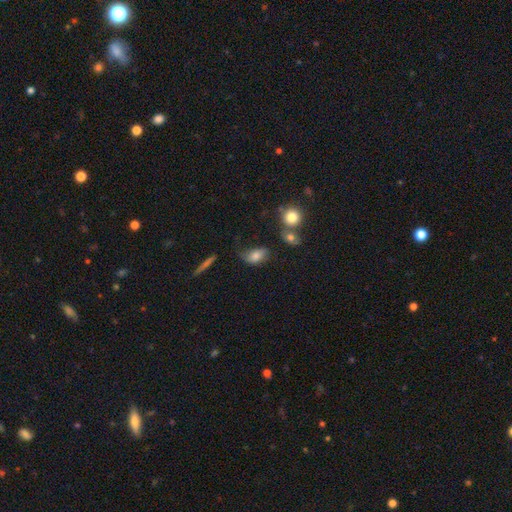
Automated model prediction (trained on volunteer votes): smooth 71%, featured or disk 19%, star or artifact 9%. Down the decision tree: how rounded — in between (88%); merging — none (49%).